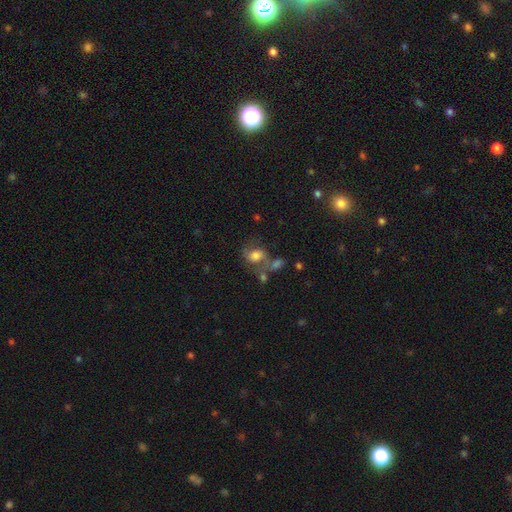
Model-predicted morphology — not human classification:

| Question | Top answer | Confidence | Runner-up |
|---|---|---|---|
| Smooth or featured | smooth | 47% | featured or disk (42%) |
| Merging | none | 39% | merger (24%) |